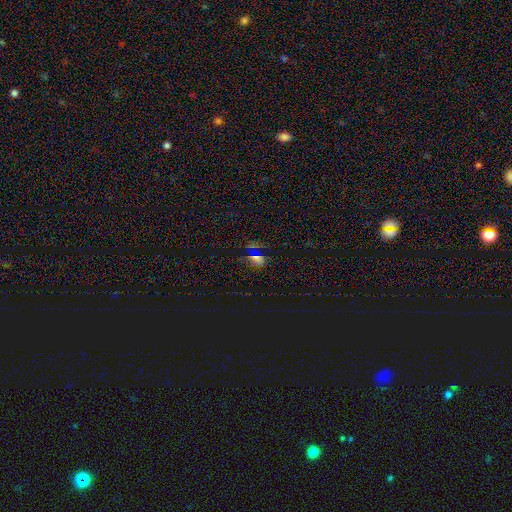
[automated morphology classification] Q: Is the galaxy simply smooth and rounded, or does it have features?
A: star or artifact — 54%.